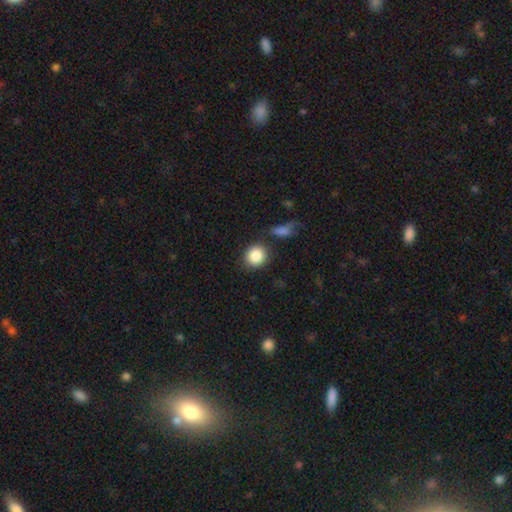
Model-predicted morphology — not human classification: Overall: smooth (87%). How rounded: round (81%). Merging: none (77%).